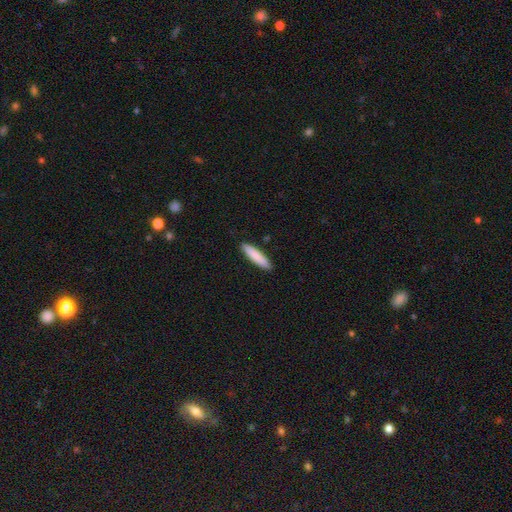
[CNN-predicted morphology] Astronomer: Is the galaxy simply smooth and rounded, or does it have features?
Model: smooth — 84%.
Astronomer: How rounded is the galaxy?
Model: cigar-shaped — 81%.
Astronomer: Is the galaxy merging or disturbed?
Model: none — 89%.